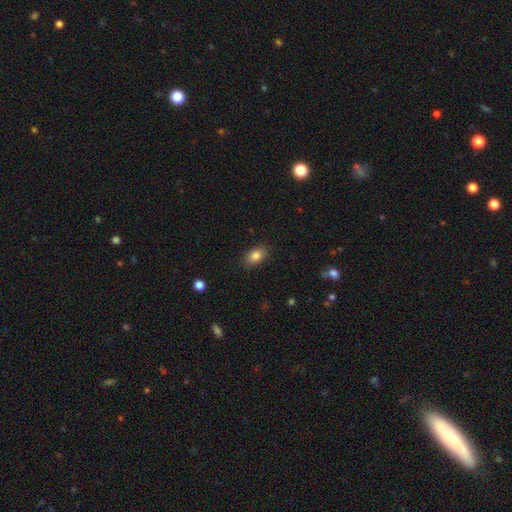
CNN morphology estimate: A smooth galaxy with no disk features (84%) that is in between round and cigar-shaped (83%). Merging: none (86%).